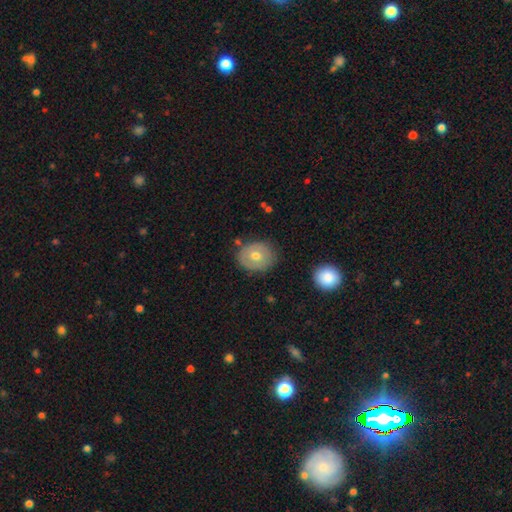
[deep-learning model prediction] smooth_or_featured: smooth (p=0.61) [alt: featured or disk p=0.30]
how_rounded: round (p=0.63) [alt: in between p=0.36]
merging: none (p=0.79) [alt: minor disturbance p=0.15]